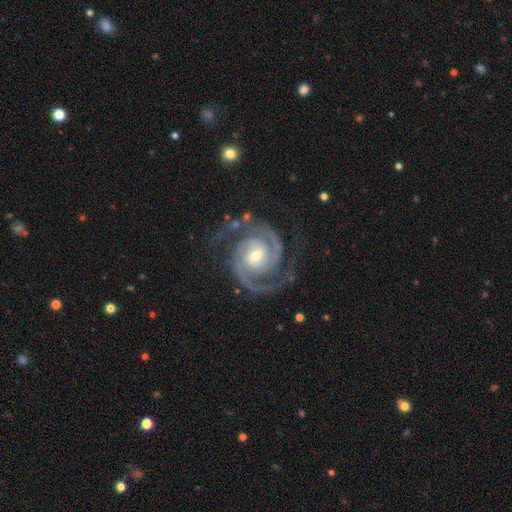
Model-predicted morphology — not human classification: featured or disk 93%, star or artifact 4%, smooth 2%. Down the decision tree: edge-on disk — no (98%); bar — no (57%); spiral arms — yes (99%); spiral arm count — 2 (88%); spiral winding — tight (59%); bulge size — moderate (53%); merging — none (78%).